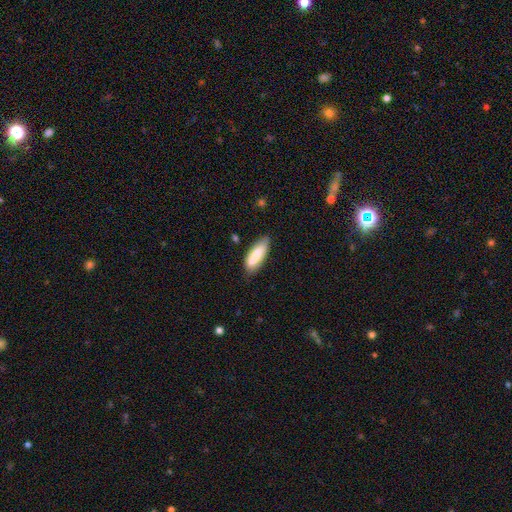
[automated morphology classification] Smooth or featured: smooth — 79% (featured or disk — 15%)
How rounded: in between — 62% (cigar-shaped — 36%)
Merging: none — 72% (minor disturbance — 21%)